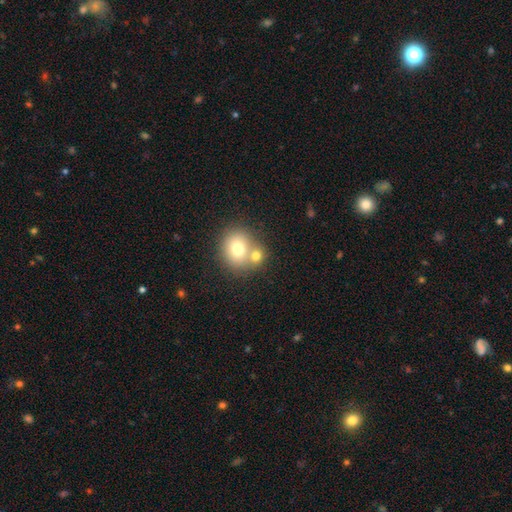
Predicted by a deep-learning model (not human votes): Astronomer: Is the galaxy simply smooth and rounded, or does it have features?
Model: smooth — 73%.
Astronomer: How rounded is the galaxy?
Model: round — 78%.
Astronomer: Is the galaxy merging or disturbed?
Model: merger — 46% (runner-up: none, 44%).